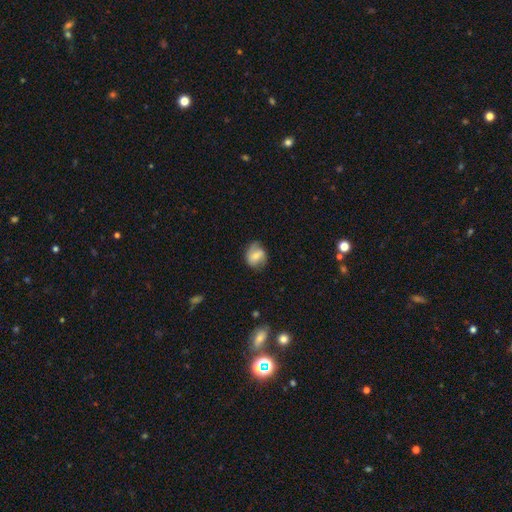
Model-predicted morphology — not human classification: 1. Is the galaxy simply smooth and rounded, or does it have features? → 47% featured or disk, 45% smooth, 8% star or artifact.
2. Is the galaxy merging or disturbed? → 65% none, 25% minor disturbance, 9% major disturbance, 1% merger.